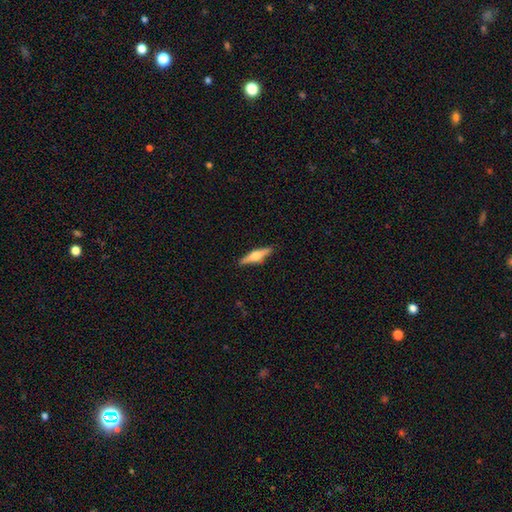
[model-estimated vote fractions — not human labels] Morphology: type=featured or disk (66%); edge-on=yes (97%); edge-on bulge=rounded (93%); merging=none (90%).